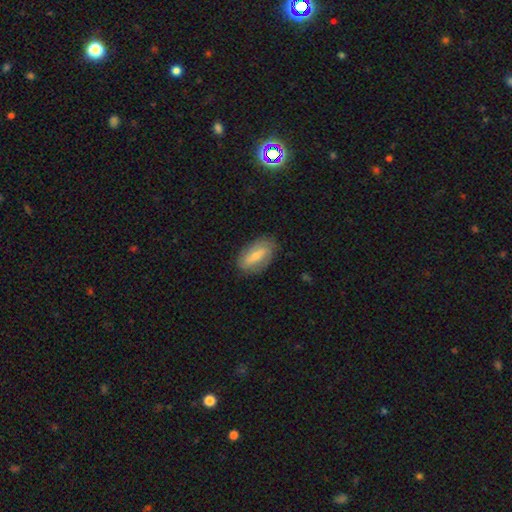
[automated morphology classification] Smooth or featured? Predicted: featured or disk (p=0.47). Merging? Predicted: none (p=0.80).